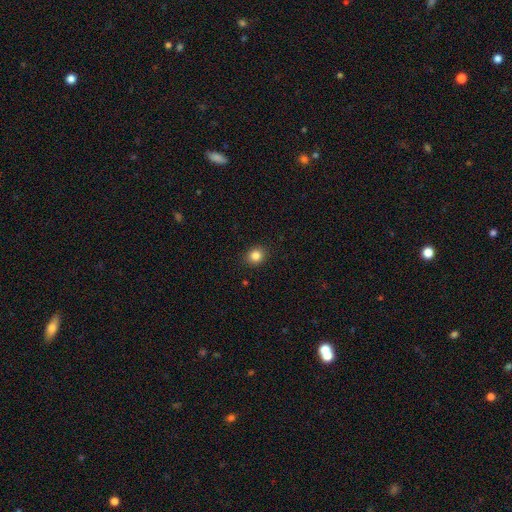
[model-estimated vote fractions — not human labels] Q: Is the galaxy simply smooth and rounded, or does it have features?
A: smooth — 84%.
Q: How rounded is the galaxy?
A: round — 74%.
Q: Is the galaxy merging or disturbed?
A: none — 91%.